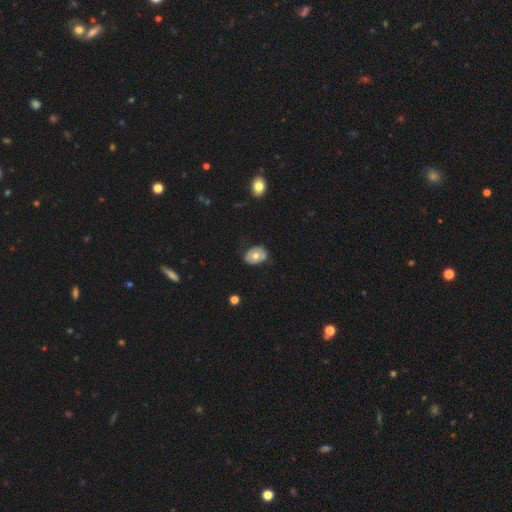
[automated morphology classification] A smooth galaxy with no disk features (59%) that is in between round and cigar-shaped (70%). Merging: none (70%).